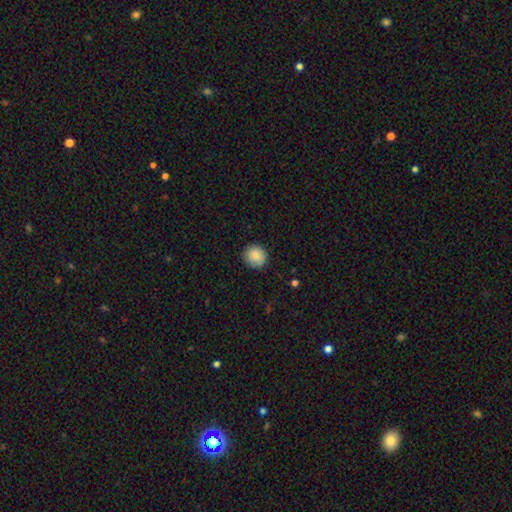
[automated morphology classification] A smooth galaxy with no disk features (87%) that is round (91%). Merging: none (88%).